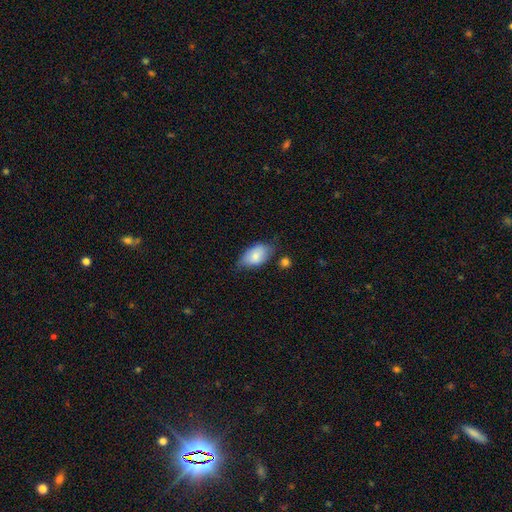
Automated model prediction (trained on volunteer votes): Smooth or featured? Predicted: smooth (p=0.78). How rounded? Predicted: in between (p=0.92). Merging? Predicted: none (p=0.59).